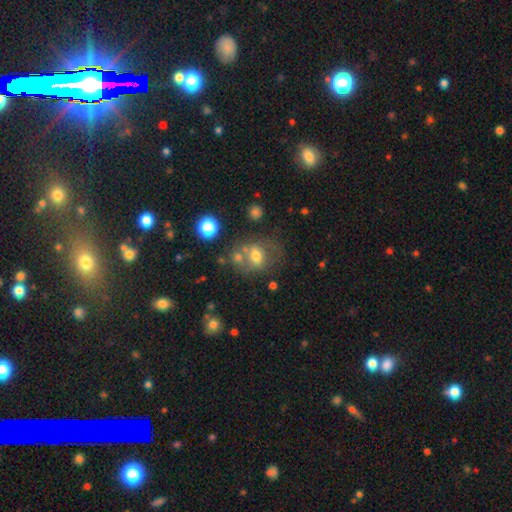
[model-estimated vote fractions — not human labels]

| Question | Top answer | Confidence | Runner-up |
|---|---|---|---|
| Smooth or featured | smooth | 62% | featured or disk (23%) |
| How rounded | round | 55% | in between (44%) |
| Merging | none | 49% | merger (23%) |